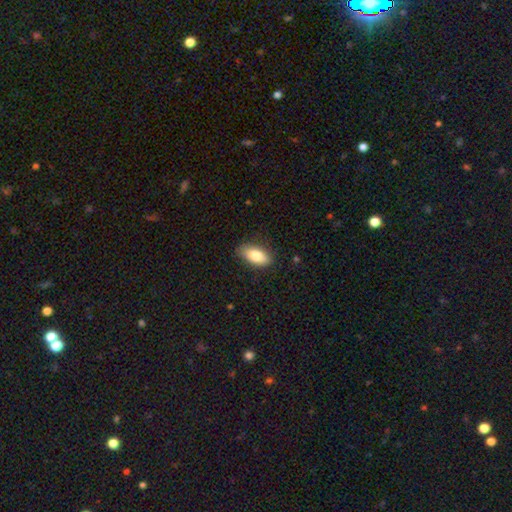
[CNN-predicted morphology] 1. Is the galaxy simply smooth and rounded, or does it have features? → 82% smooth, 11% featured or disk, 7% star or artifact.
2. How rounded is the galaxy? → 89% in between, 8% cigar-shaped, 3% round.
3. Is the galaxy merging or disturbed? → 82% none, 14% minor disturbance, 3% major disturbance, 1% merger.